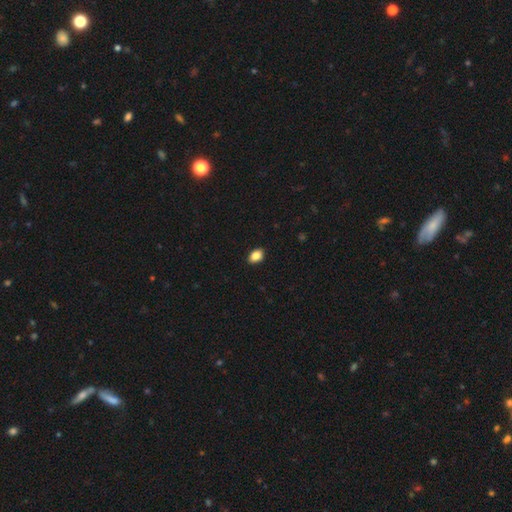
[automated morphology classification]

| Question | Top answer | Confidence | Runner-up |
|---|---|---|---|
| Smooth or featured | smooth | 86% | star or artifact (9%) |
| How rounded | in between | 82% | round (17%) |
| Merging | none | 89% | minor disturbance (8%) |